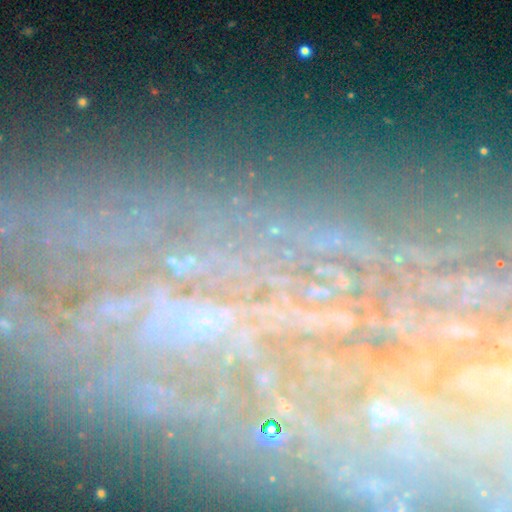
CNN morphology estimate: Q: Smooth or featured?
A: star or artifact (47%); runner-up: featured or disk (39%)